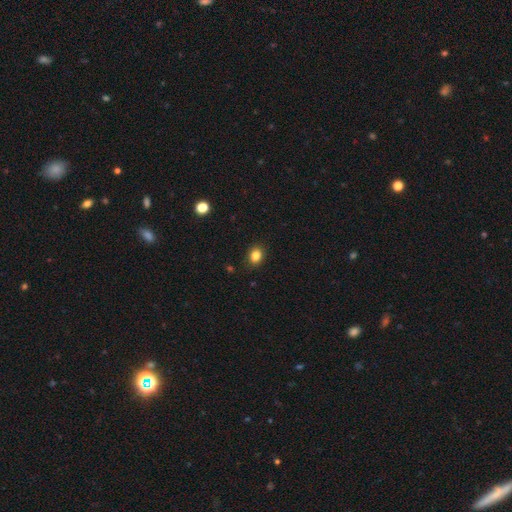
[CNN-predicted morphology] smooth-or-featured: smooth: 84% | star or artifact: 11% | featured or disk: 5%
  how-rounded: round: 50% | in between: 49% | cigar-shaped: 1%
  merging: none: 88% | minor disturbance: 9% | major disturbance: 2% | merger: 1%